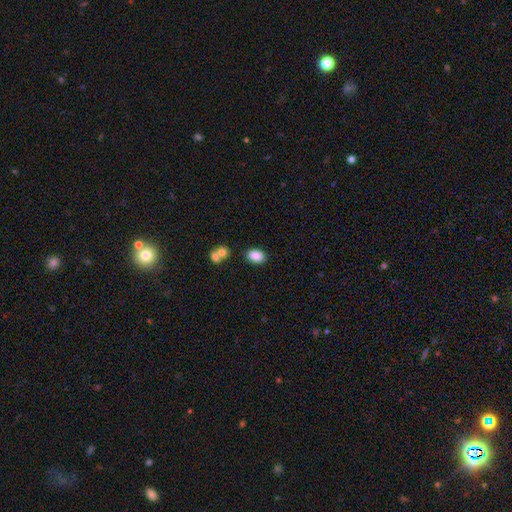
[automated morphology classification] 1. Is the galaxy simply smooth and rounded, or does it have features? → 87% smooth, 9% star or artifact, 4% featured or disk.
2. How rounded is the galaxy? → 83% in between, 16% round, 1% cigar-shaped.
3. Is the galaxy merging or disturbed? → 81% none, 10% minor disturbance, 6% merger, 3% major disturbance.